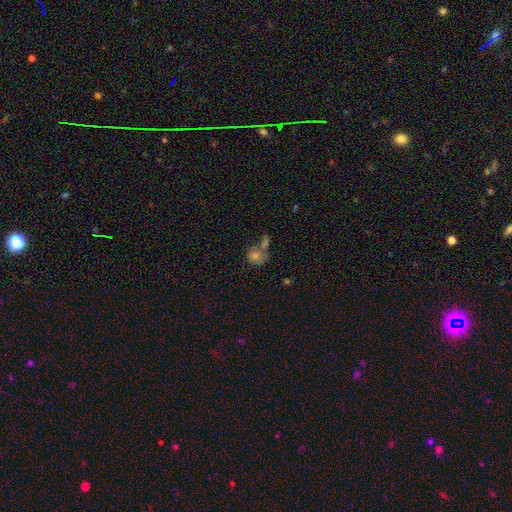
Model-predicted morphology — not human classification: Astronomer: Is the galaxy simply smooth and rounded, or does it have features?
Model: smooth — 68%.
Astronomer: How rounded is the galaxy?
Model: round — 70%.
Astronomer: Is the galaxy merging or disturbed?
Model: none — 39% (runner-up: merger, 38%).